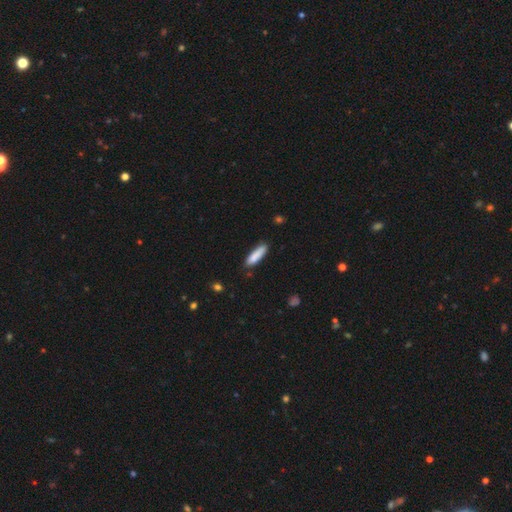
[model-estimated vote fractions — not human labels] This is clearly a smooth galaxy (86%). How rounded: likely cigar-shaped (71%). Merging: clearly none (81%).